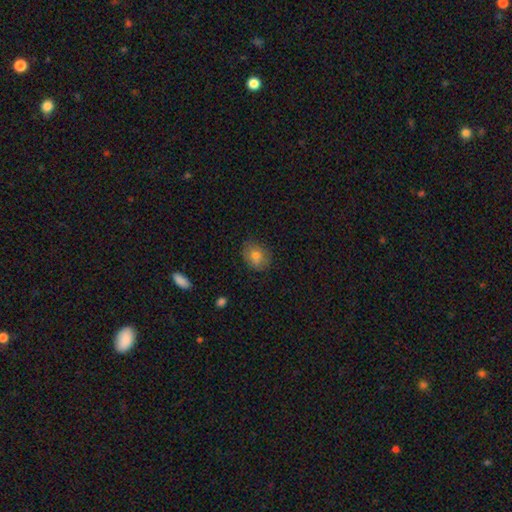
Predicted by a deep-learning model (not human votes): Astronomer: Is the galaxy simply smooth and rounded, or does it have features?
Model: smooth — 76%.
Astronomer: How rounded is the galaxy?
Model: in between — 50% (runner-up: round, 49%).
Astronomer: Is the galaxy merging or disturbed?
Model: none — 76%.